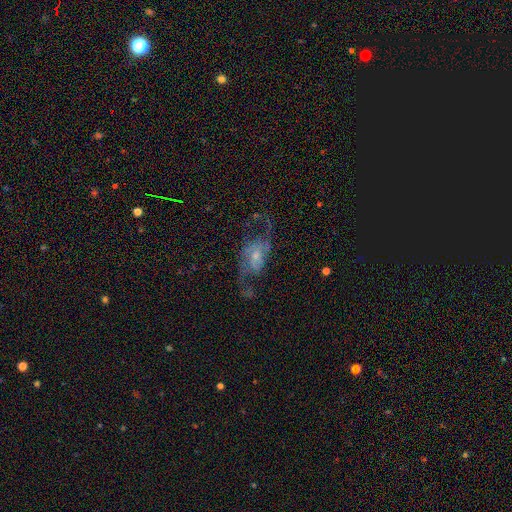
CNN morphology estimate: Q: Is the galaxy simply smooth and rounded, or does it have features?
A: featured or disk — 77%.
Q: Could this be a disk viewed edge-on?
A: no — 95%.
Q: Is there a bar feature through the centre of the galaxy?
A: no — 58%.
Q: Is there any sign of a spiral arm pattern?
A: yes — 88%.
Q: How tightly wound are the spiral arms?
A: loose — 62%.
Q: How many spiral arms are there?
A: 2 — 84%.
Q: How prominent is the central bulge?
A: small — 51%.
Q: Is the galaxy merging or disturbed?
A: none — 51%.